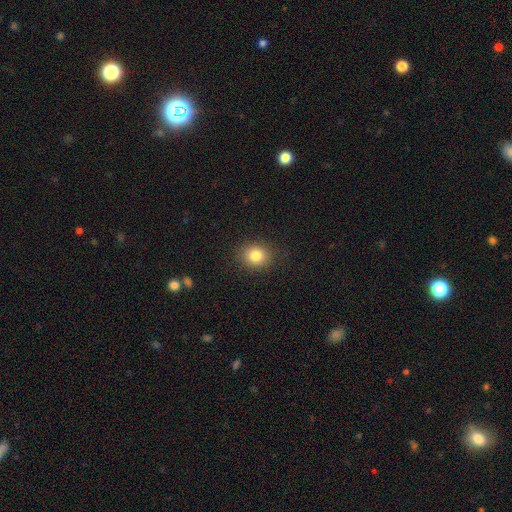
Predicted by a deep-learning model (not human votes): Smooth or featured? Predicted: smooth (p=0.81). How rounded? Predicted: round (p=0.70). Merging? Predicted: none (p=0.88).